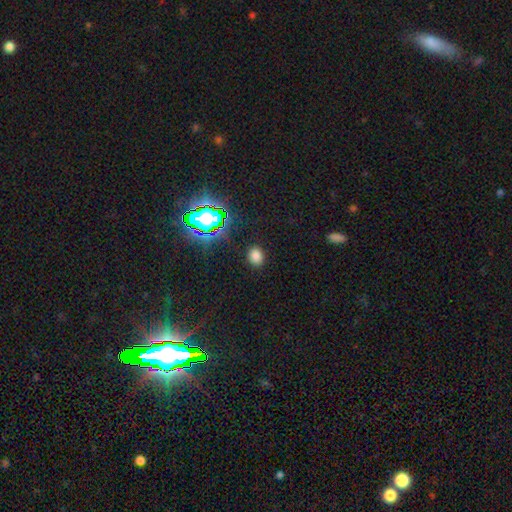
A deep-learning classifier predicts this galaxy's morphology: Smooth or featured? smooth (75%)
How rounded? in between (50%)
Merging? none (87%)